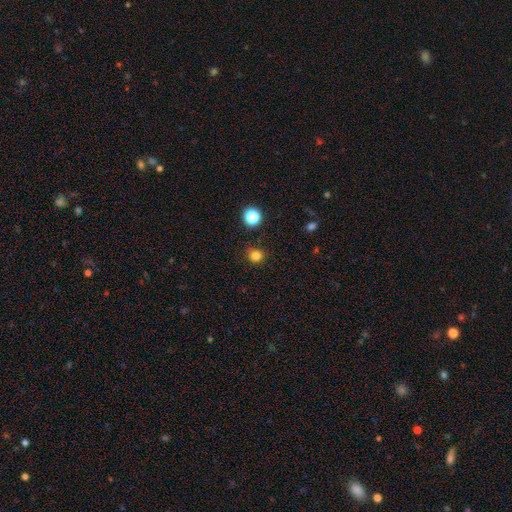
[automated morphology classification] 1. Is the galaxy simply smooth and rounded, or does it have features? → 81% smooth, 15% star or artifact, 4% featured or disk.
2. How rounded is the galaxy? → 87% round, 12% in between, 1% cigar-shaped.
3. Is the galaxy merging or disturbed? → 89% none, 8% minor disturbance, 2% major disturbance, 2% merger.